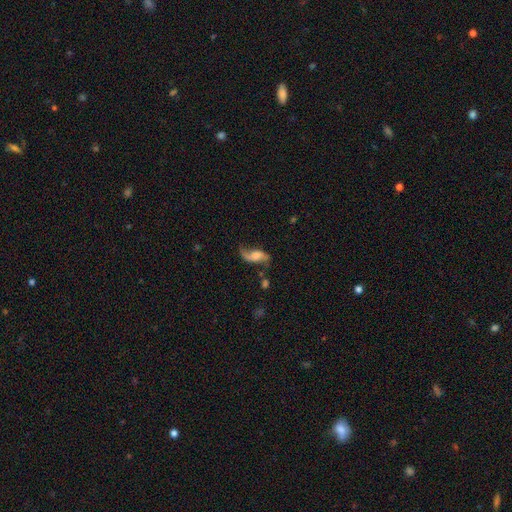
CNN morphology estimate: The model was most divided on "bulge size": moderate: 38%, small: 23%, large: 21%, none: 15%, dominant: 3%. More confident: spiral arms — yes (94%); edge-on disk — no (93%); spiral arm count — 2 (88%); spiral winding — loose (84%); smooth or featured — featured or disk (76%); merging — none (61%); bar — no (55%).